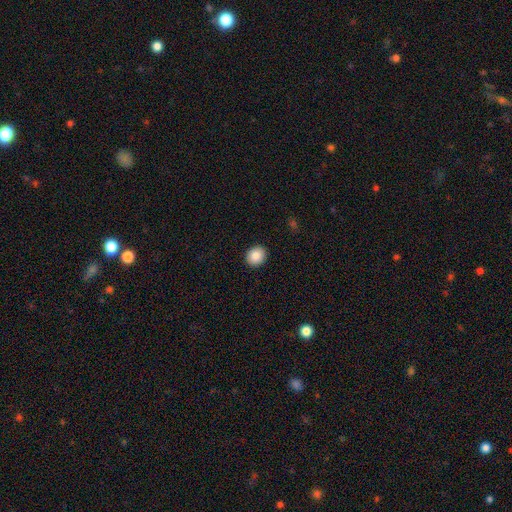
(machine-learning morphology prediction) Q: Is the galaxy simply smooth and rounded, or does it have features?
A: smooth — 88%.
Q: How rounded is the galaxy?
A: round — 74%.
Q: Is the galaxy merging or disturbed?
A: none — 92%.